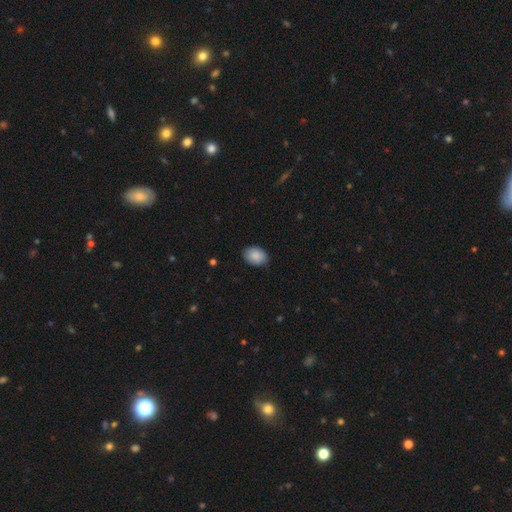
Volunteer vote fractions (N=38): Morphology: type=smooth (92%); roundness=in between (77%); merging=none (84%).